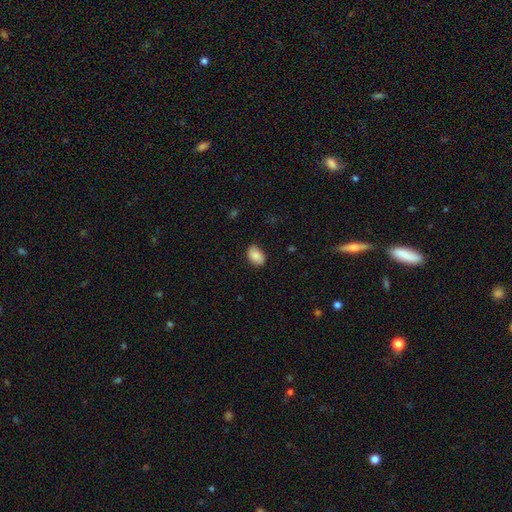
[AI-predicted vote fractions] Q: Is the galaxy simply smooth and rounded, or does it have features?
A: smooth — 85%.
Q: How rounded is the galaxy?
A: in between — 87%.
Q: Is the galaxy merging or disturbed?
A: none — 81%.